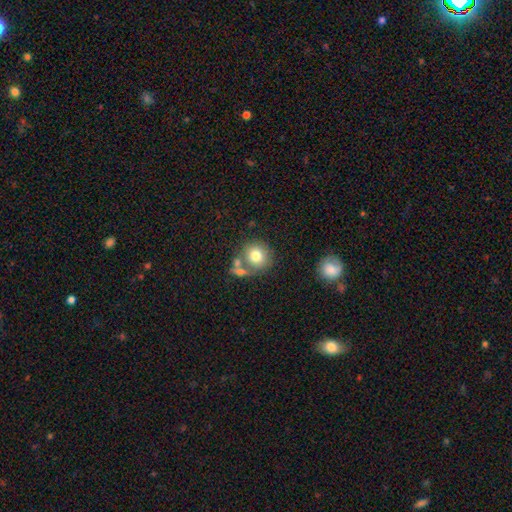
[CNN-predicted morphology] A smooth galaxy with no disk features (75%) that is round (85%).

Vote fractions:
- Smooth or featured? smooth: 75% / featured or disk: 15% / star or artifact: 10%
- How rounded? round: 85% / in between: 14% / cigar-shaped: 1%
- Merging? none: 54% / merger: 27% / minor disturbance: 13% / major disturbance: 6%